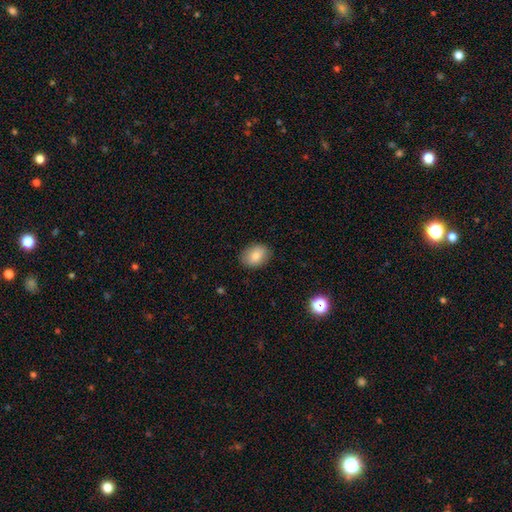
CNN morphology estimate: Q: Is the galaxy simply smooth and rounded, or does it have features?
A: smooth — 84%.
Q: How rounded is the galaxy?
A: in between — 70%.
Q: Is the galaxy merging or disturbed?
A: none — 87%.